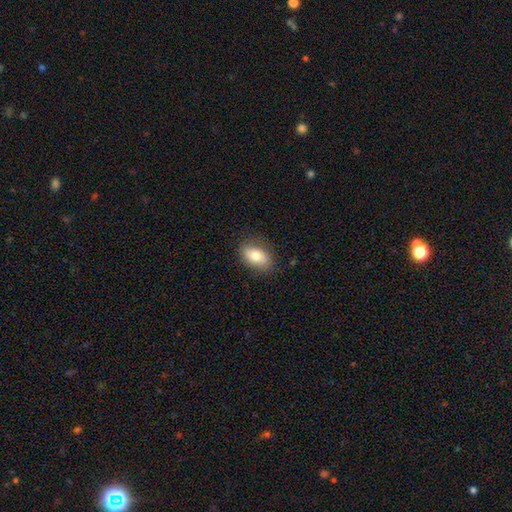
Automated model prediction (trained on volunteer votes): A smooth galaxy with no disk features (73%) that is in between round and cigar-shaped (87%). Merging: none (82%).